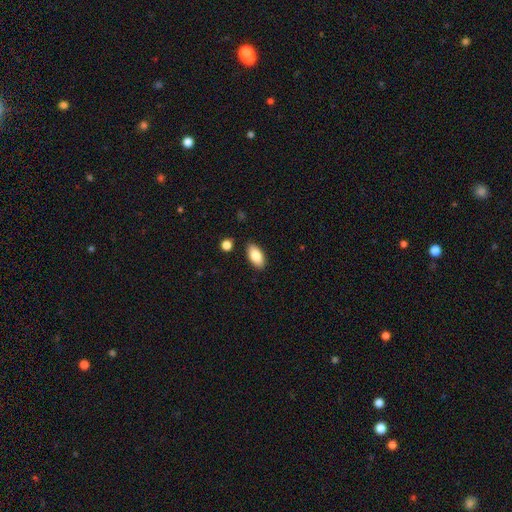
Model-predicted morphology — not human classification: type=smooth (84%); roundness=in between (92%); merging=none (87%).